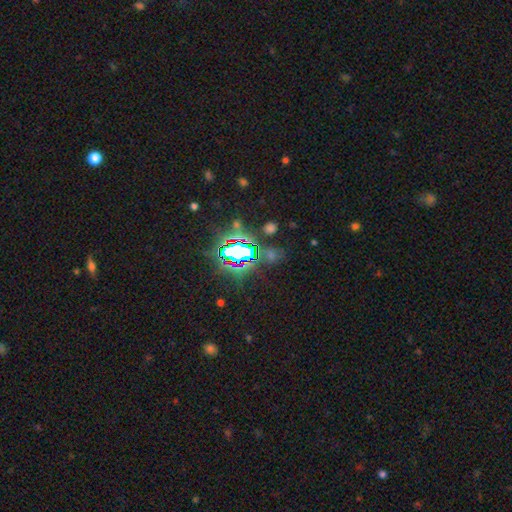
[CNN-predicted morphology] type=star or artifact (83%).